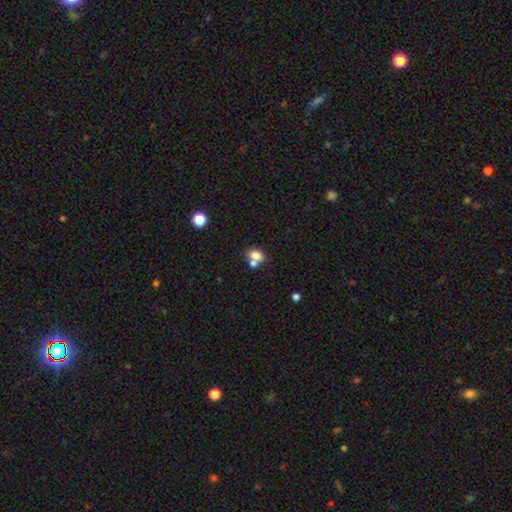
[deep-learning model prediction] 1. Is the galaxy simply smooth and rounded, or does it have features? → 78% smooth, 12% featured or disk, 11% star or artifact.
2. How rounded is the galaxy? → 58% in between, 41% round, 1% cigar-shaped.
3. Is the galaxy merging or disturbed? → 44% merger, 43% none, 10% minor disturbance, 4% major disturbance.